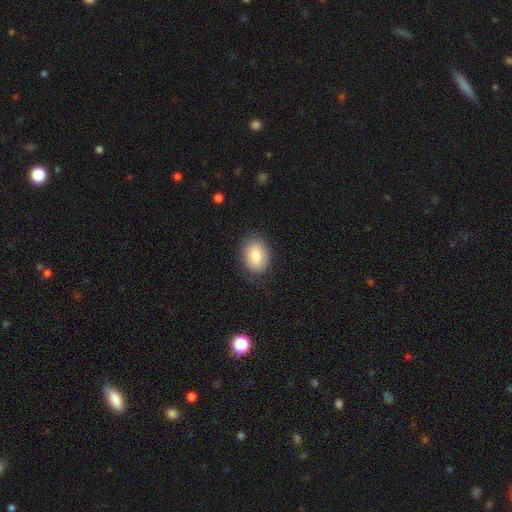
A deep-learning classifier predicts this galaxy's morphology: Smooth or featured: smooth — 79% (featured or disk — 13%)
How rounded: in between — 76% (round — 23%)
Merging: none — 79% (minor disturbance — 16%)